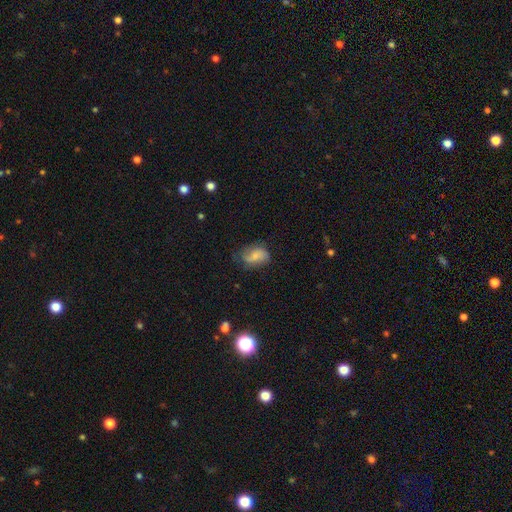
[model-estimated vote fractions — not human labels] smooth 65%, featured or disk 27%, star or artifact 8%. Down the decision tree: how rounded — in between (82%); merging — none (57%).